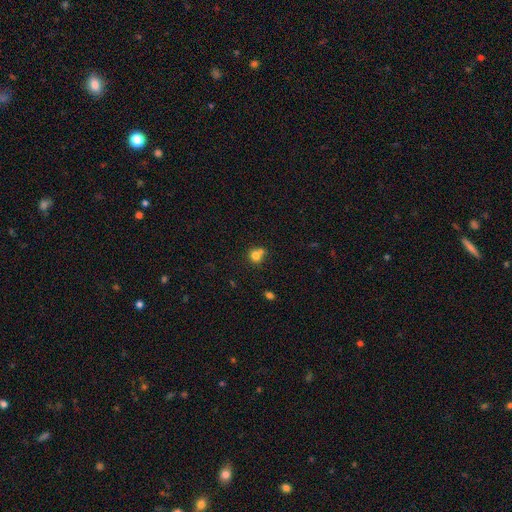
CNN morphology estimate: Overall: smooth (76%). How rounded: round (80%). Merging: none (45%; merger 38%).